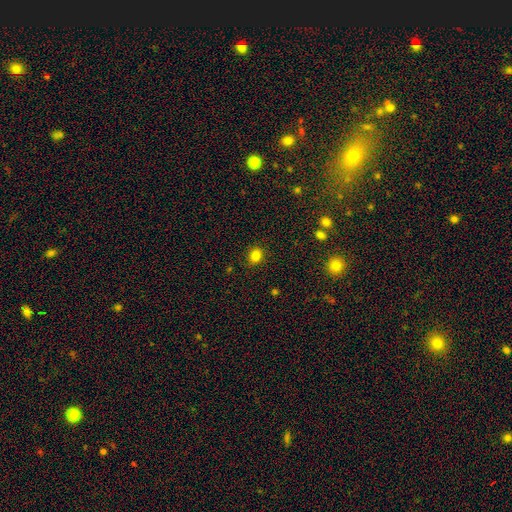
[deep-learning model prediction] Morphology: type=smooth (83%); roundness=round (59%); merging=none (87%).